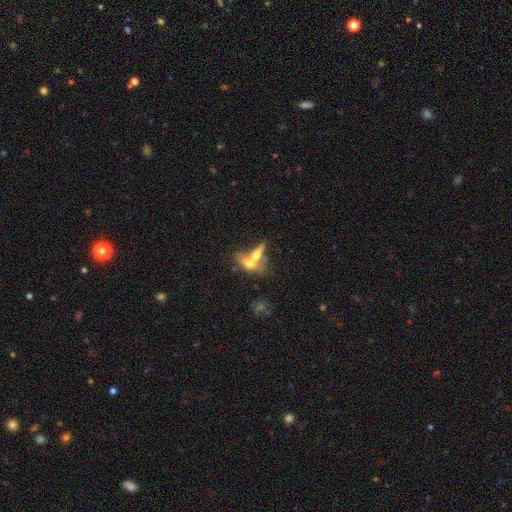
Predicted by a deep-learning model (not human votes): A smooth galaxy with no disk features (50%) that is in between round and cigar-shaped (64%). Merging: merger (66%).